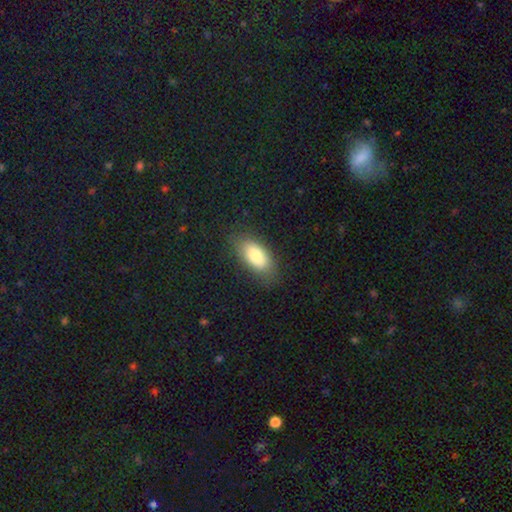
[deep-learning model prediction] smooth_or_featured: smooth (p=0.82) [alt: featured or disk p=0.11]
how_rounded: in between (p=0.90) [alt: cigar-shaped p=0.07]
merging: none (p=0.80) [alt: minor disturbance p=0.14]